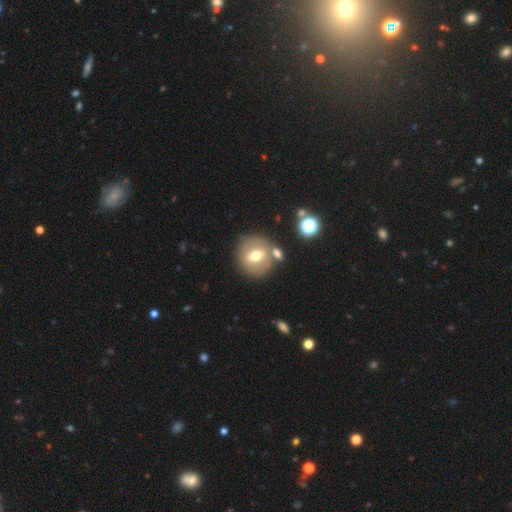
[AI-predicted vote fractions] Smooth or featured? smooth (55%)
How rounded? round (82%)
Merging? none (73%)